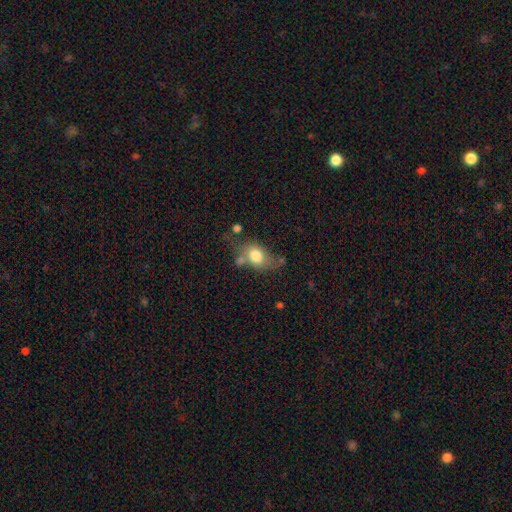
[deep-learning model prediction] smooth-or-featured: smooth: 74% | featured or disk: 17% | star or artifact: 9%
  how-rounded: in between: 70% | round: 28% | cigar-shaped: 2%
  merging: none: 43% | minor disturbance: 27% | merger: 16% | major disturbance: 15%